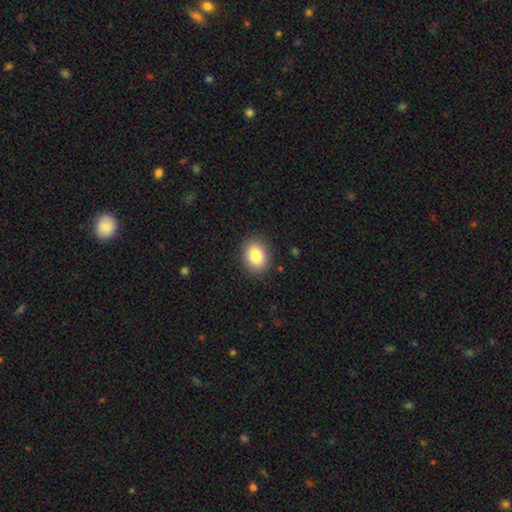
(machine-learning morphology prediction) A smooth galaxy with no disk features (86%) that is in between round and cigar-shaped (59%). Merging: none (88%).